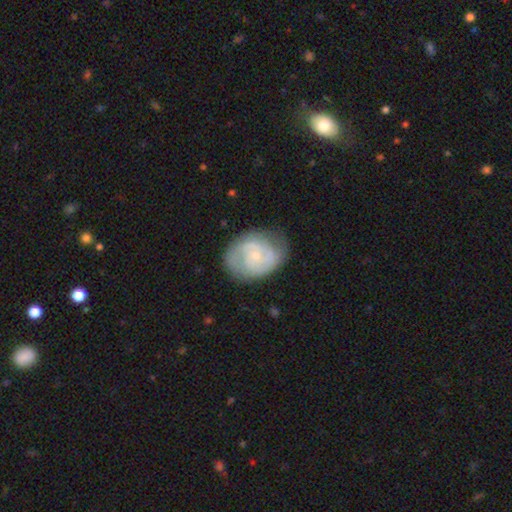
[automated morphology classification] Smooth or featured? Predicted: featured or disk (p=0.77). Edge-on disk? Predicted: no (p=0.98). Bar? Predicted: no (p=0.65). Spiral arms? Predicted: yes (p=0.93). Spiral winding? Predicted: tight (p=0.46). Spiral arm count? Predicted: 2 (p=0.65). Bulge size? Predicted: small (p=0.72). Merging? Predicted: none (p=0.71).